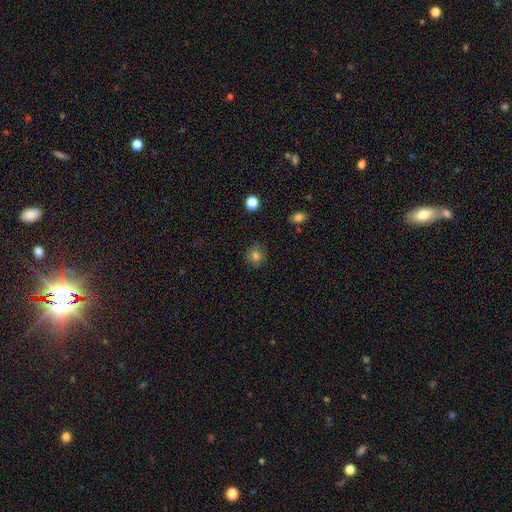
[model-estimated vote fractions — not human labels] Smooth or featured?
  - smooth: 80% *
  - star or artifact: 12%
  - featured or disk: 7%
How rounded?
  - round: 81% *
  - in between: 18%
  - cigar-shaped: 1%
Merging?
  - none: 84% *
  - minor disturbance: 12%
  - major disturbance: 3%
  - merger: 1%